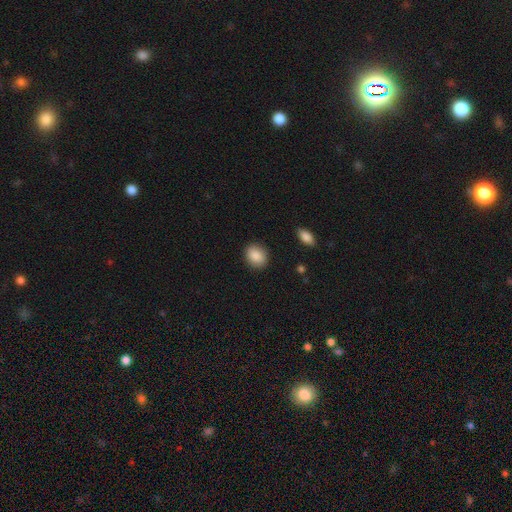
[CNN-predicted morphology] This is clearly a smooth galaxy (88%). How rounded: possibly in between (51%). Merging: clearly none (88%).